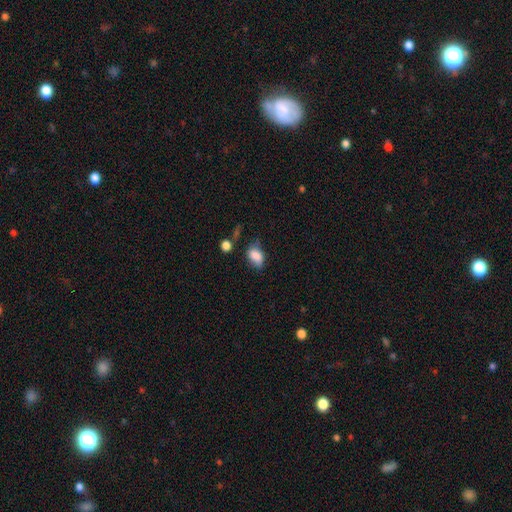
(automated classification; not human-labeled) smooth 79%, featured or disk 12%, star or artifact 9%. Down the decision tree: how rounded — in between (79%); merging — none (44%).